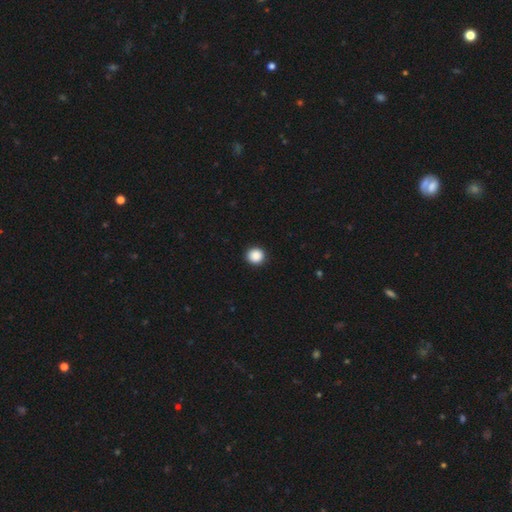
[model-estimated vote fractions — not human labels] smooth 89%, star or artifact 9%, featured or disk 2%. Down the decision tree: how rounded — round (92%); merging — none (93%).